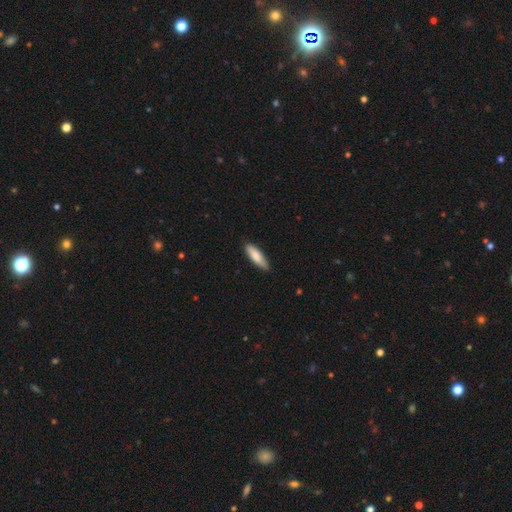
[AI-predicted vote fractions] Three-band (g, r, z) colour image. It shows a smooth galaxy with no disk features (80%) that is cigar-shaped (60%). Merging: none (85%).